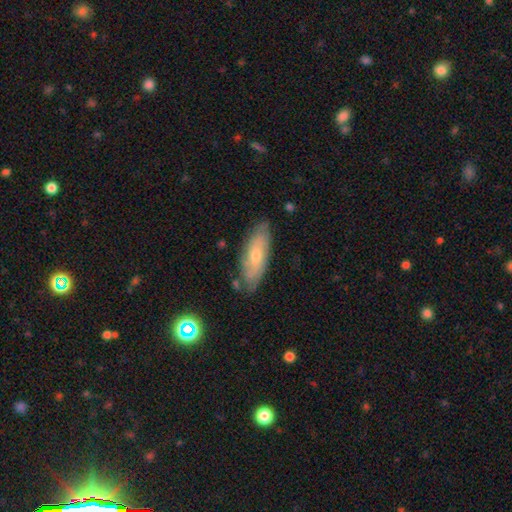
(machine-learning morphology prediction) smooth-or-featured: smooth: 50% | featured or disk: 42% | star or artifact: 8%
  how-rounded: in between: 62% | cigar-shaped: 36% | round: 2%
  merging: none: 76% | minor disturbance: 18% | major disturbance: 3% | merger: 3%